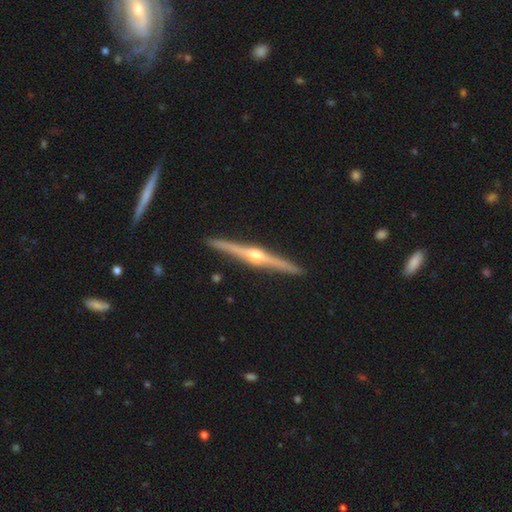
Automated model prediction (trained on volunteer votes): This is clearly a featured or disk galaxy (87%). It is clearly viewed edge-on (99%). Edge-on bulge: clearly rounded (94%). Merging: clearly none (92%).